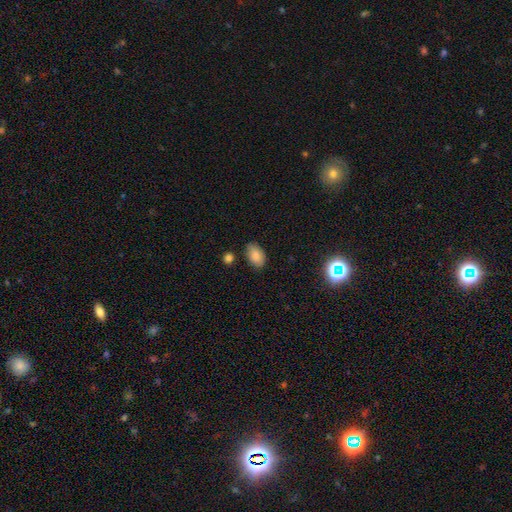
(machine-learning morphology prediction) smooth 85%, star or artifact 9%, featured or disk 6%. Down the decision tree: how rounded — in between (91%); merging — none (79%).